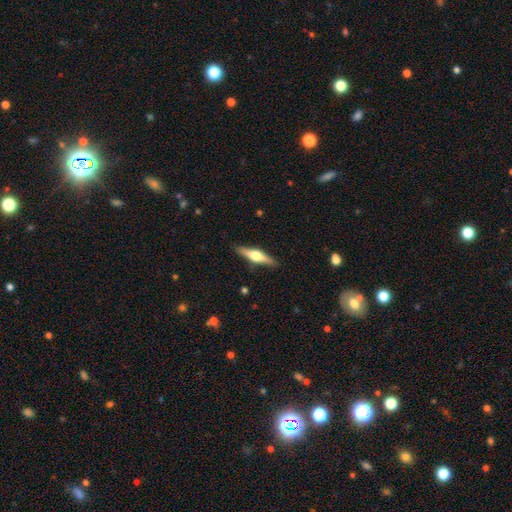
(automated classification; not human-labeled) Smooth or featured?
  - featured or disk: 63% *
  - smooth: 31%
  - star or artifact: 6%
Edge-on disk?
  - yes: 96% *
  - no: 4%
Edge-on bulge?
  - rounded: 93% *
  - boxy: 5%
  - none: 2%
Merging?
  - none: 89% *
  - minor disturbance: 8%
  - major disturbance: 2%
  - merger: 1%